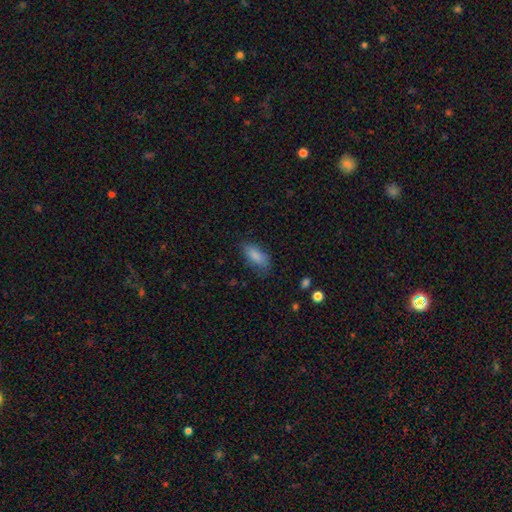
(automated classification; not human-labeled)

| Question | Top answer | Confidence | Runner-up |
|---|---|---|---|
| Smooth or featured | smooth | 86% | star or artifact (8%) |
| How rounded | in between | 83% | cigar-shaped (15%) |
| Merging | none | 72% | minor disturbance (20%) |